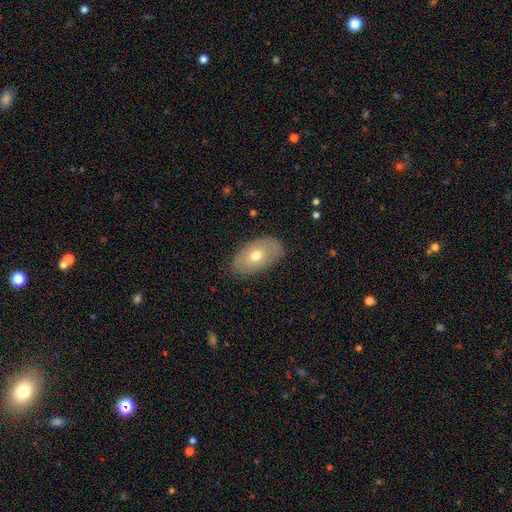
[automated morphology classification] smooth_or_featured: smooth (p=0.64) [alt: featured or disk p=0.29]
how_rounded: in between (p=0.92) [alt: round p=0.06]
merging: none (p=0.83) [alt: minor disturbance p=0.13]